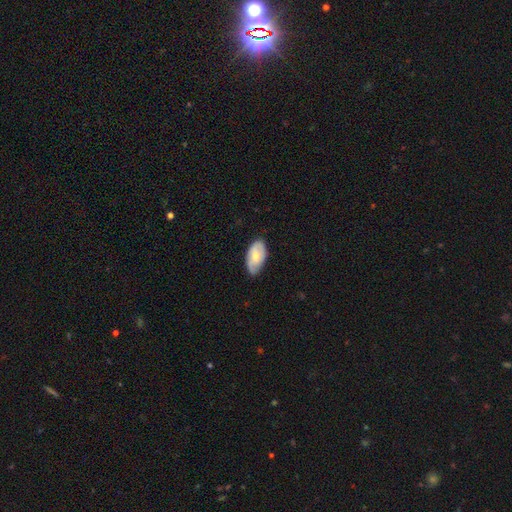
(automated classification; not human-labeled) Smooth or featured?
  - smooth: 52% *
  - featured or disk: 42%
  - star or artifact: 6%
How rounded?
  - in between: 94% *
  - round: 4%
  - cigar-shaped: 2%
Merging?
  - none: 69% *
  - minor disturbance: 25%
  - major disturbance: 4%
  - merger: 1%